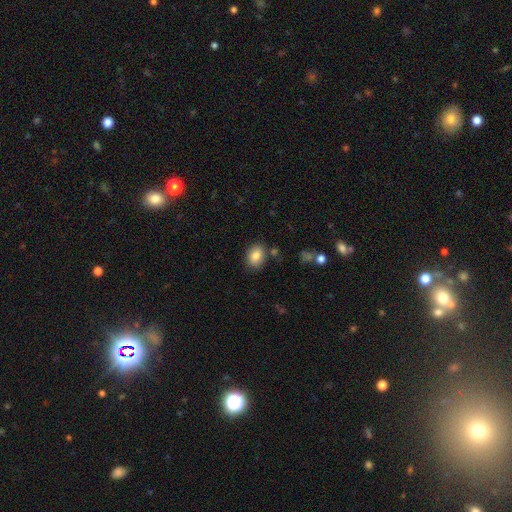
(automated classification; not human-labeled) This appears to be a smooth galaxy with no disk features (84%) that is in between round and cigar-shaped (68%). Merging: none (83%).